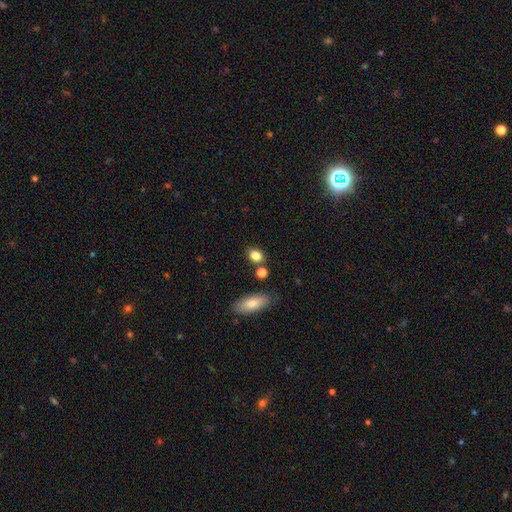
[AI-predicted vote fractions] smooth 84%, star or artifact 10%, featured or disk 7%. Down the decision tree: how rounded — in between (60%); merging — none (73%).